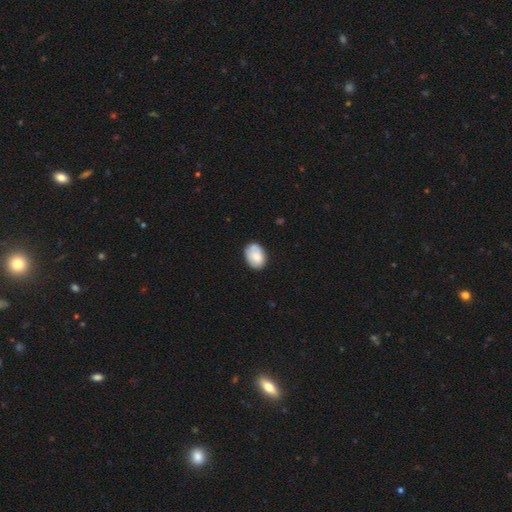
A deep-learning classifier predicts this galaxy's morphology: type=smooth (79%); roundness=in between (77%); merging=none (70%).